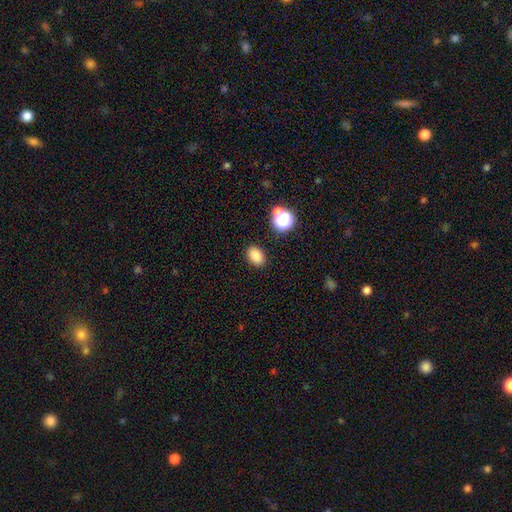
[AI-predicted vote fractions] Smooth or featured? smooth (83%)
How rounded? in between (79%)
Merging? none (87%)